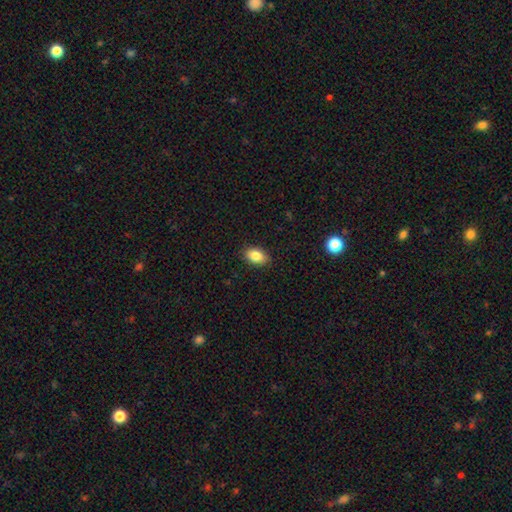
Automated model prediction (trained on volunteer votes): Smooth or featured? Predicted: smooth (p=0.84). How rounded? Predicted: in between (p=0.88). Merging? Predicted: none (p=0.88).